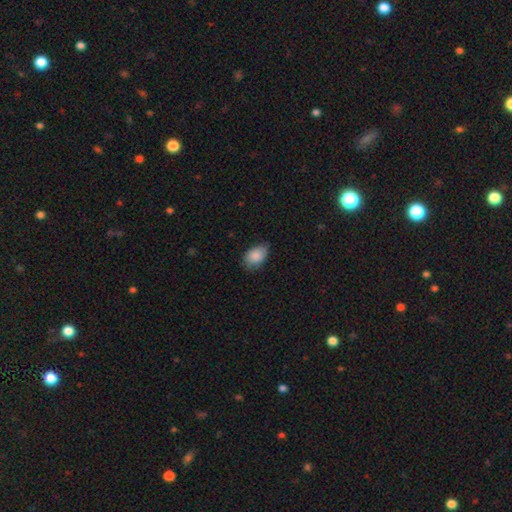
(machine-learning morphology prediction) type=smooth (87%); roundness=in between (88%); merging=none (68%).